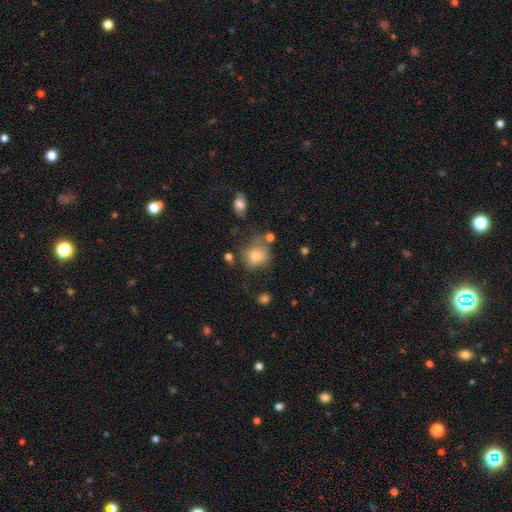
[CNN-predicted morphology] smooth_or_featured: smooth (p=0.75) [alt: featured or disk p=0.14]
how_rounded: round (p=0.68) [alt: in between p=0.31]
merging: none (p=0.51) [alt: minor disturbance p=0.26]